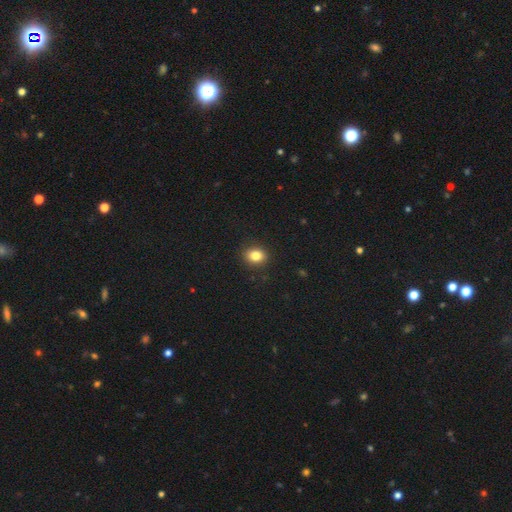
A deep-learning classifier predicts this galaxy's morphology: Q: Smooth or featured?
A: smooth (84%); runner-up: star or artifact (10%)
Q: How rounded?
A: round (50%); runner-up: in between (49%)
Q: Merging?
A: none (90%); runner-up: minor disturbance (7%)